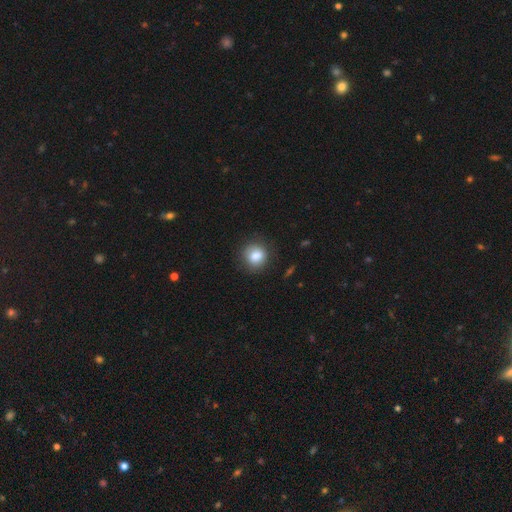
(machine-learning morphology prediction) A smooth galaxy with no disk features (83%) that is round (81%).

Vote fractions:
- Smooth or featured? smooth: 83% / star or artifact: 9% / featured or disk: 8%
- How rounded? round: 81% / in between: 18% / cigar-shaped: 1%
- Merging? none: 84% / minor disturbance: 12% / major disturbance: 3% / merger: 1%